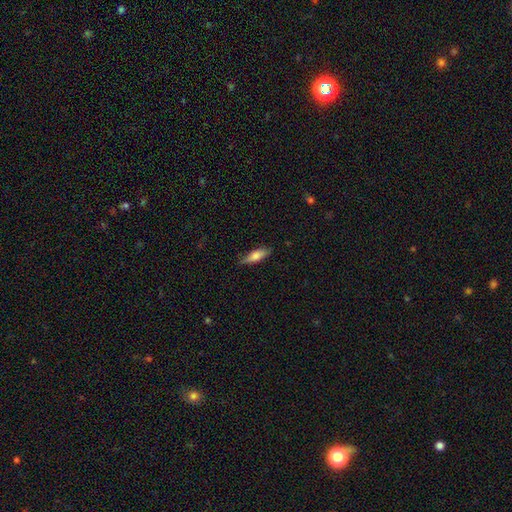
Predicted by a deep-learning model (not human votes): smooth-or-featured: smooth: 70% | featured or disk: 24% | star or artifact: 6%
  how-rounded: cigar-shaped: 49% (tied) | in between: 49% (tied) | round: 2%
  merging: none: 81% | minor disturbance: 15% | major disturbance: 3% | merger: 1%